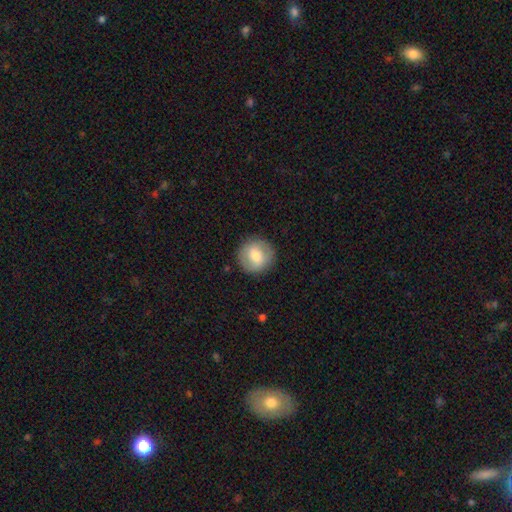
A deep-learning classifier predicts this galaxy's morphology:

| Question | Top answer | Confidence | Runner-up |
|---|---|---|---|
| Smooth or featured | smooth | 65% | featured or disk (28%) |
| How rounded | round | 92% | in between (7%) |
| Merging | none | 89% | minor disturbance (7%) |